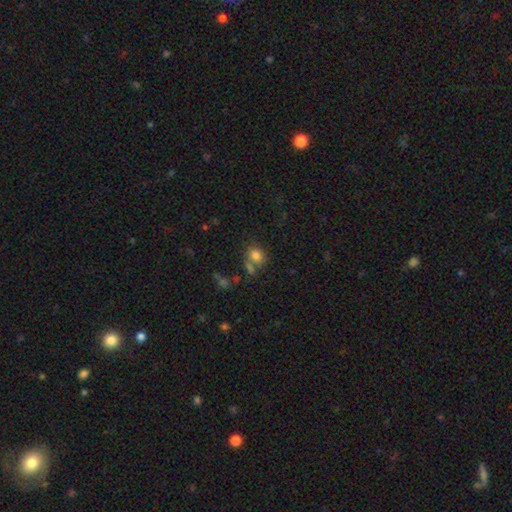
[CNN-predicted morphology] Smooth or featured? smooth (79%)
How rounded? in between (51%)
Merging? none (55%)